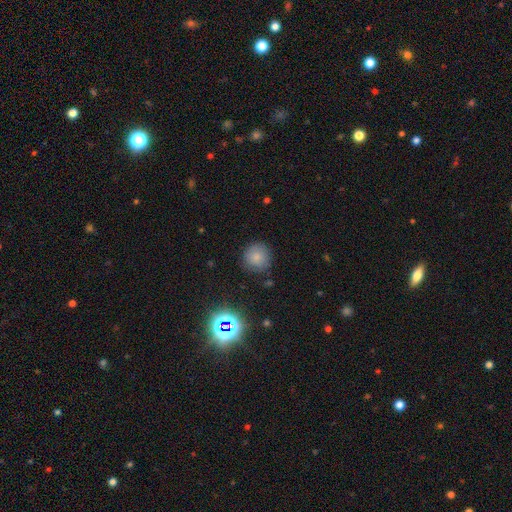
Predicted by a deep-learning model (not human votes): Smooth or featured? Predicted: smooth (p=0.79). How rounded? Predicted: round (p=0.92). Merging? Predicted: none (p=0.83).